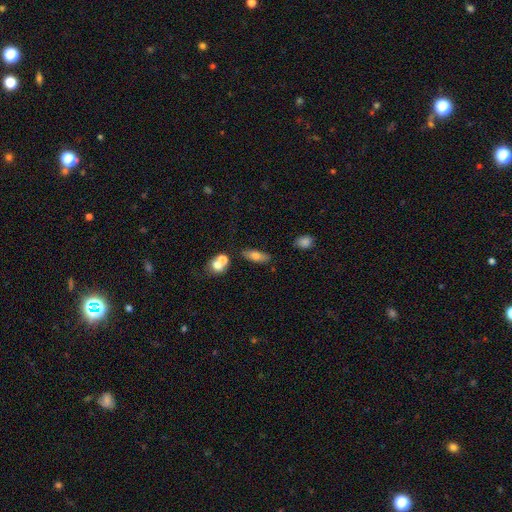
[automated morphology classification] Smooth or featured? Predicted: smooth (p=0.70). How rounded? Predicted: in between (p=0.68). Merging? Predicted: none (p=0.77).